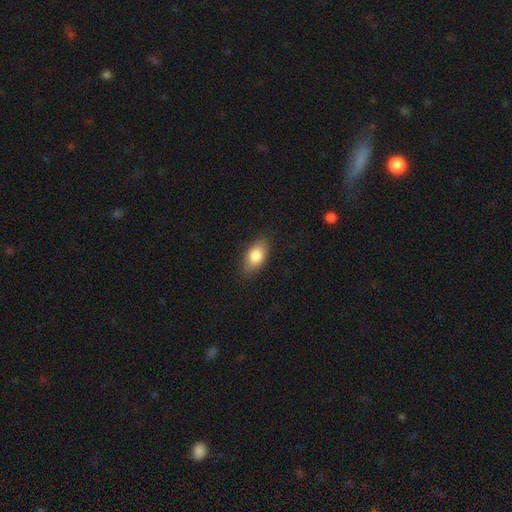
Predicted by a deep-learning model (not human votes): Smooth or featured: smooth — 82% (featured or disk — 11%)
How rounded: in between — 89% (round — 6%)
Merging: none — 83% (minor disturbance — 13%)